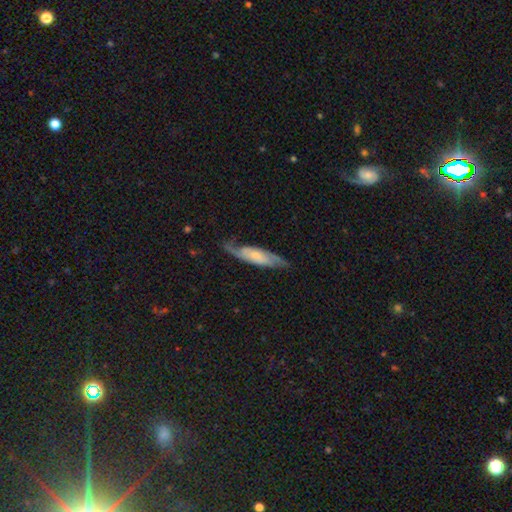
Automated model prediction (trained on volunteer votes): The model was most divided on "smooth or featured": featured or disk: 67%, smooth: 27%, star or artifact: 5%. More confident: edge-on disk — no (74%); merging — none (68%).